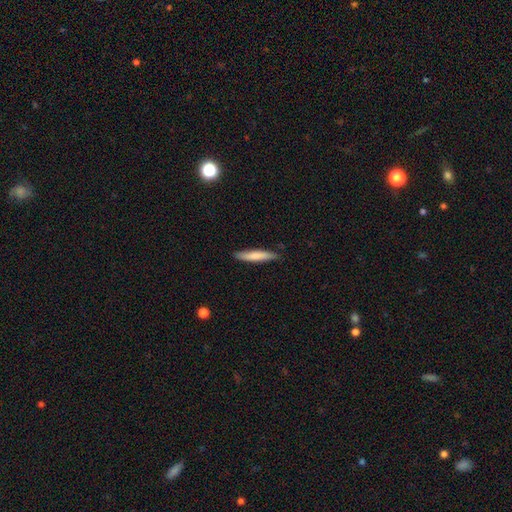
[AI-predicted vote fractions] smooth_or_featured: smooth (p=0.75) [alt: featured or disk p=0.20]
how_rounded: cigar-shaped (p=0.90) [alt: in between p=0.09]
merging: none (p=0.87) [alt: minor disturbance p=0.10]